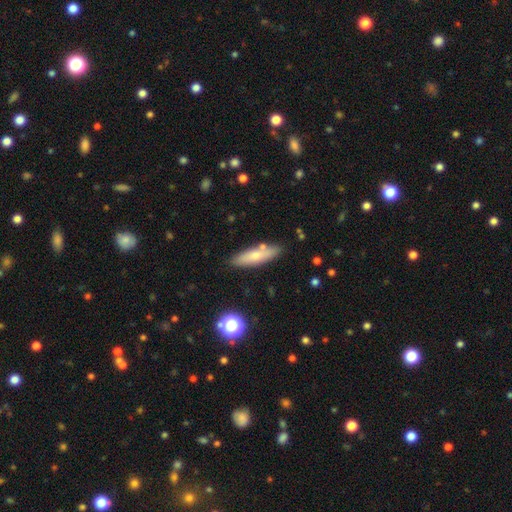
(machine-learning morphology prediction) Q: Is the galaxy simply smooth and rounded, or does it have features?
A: smooth — 64%.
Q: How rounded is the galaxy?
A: cigar-shaped — 62%.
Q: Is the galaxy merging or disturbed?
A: none — 81%.